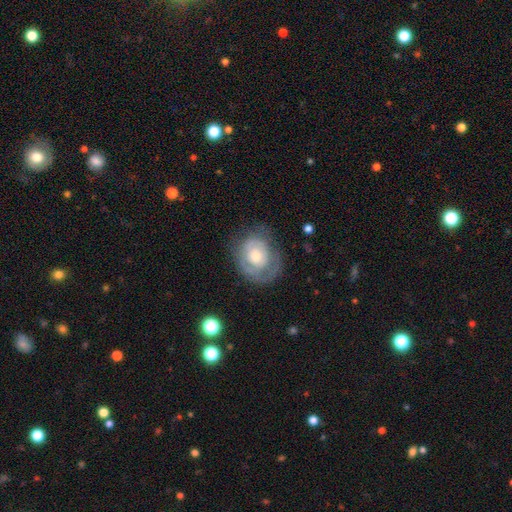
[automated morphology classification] type=featured or disk (57%); edge-on=no (96%); bar=no (82%); spiral arms=yes (52%); bulge=moderate (53%); merging=none (63%).